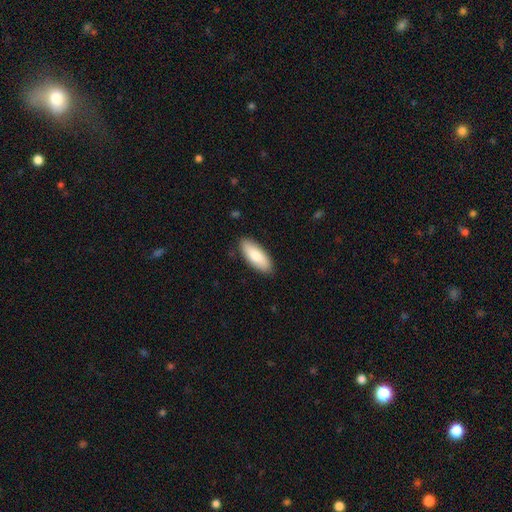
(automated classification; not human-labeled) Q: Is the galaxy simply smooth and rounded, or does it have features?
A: smooth — 80%.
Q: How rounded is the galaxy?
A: in between — 76%.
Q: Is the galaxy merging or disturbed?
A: none — 87%.